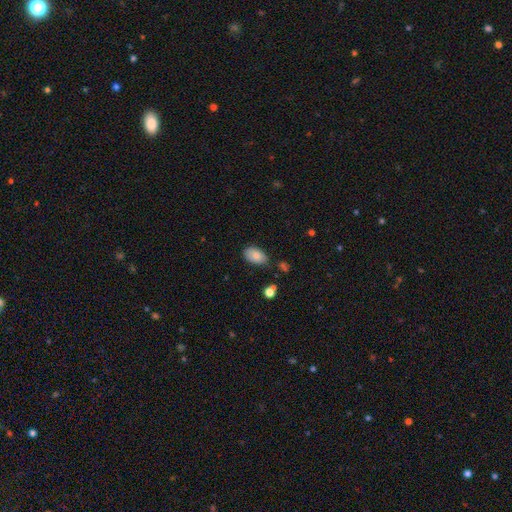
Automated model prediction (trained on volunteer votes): This is clearly a smooth galaxy (84%). How rounded: clearly in between (93%). Merging: likely none (73%).